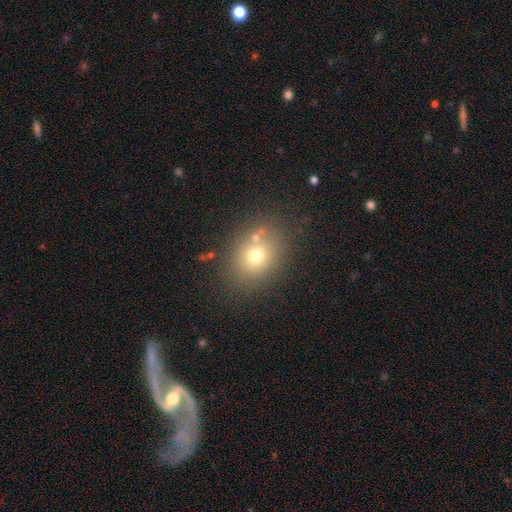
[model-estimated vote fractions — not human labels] A smooth galaxy with no disk features (69%) that is round (54%). Merging: none (75%).